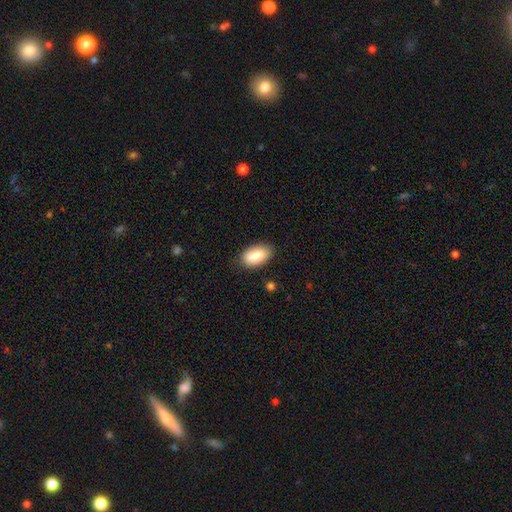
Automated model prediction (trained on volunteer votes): A smooth galaxy with no disk features (83%) that is in between round and cigar-shaped (93%). Merging: none (82%).